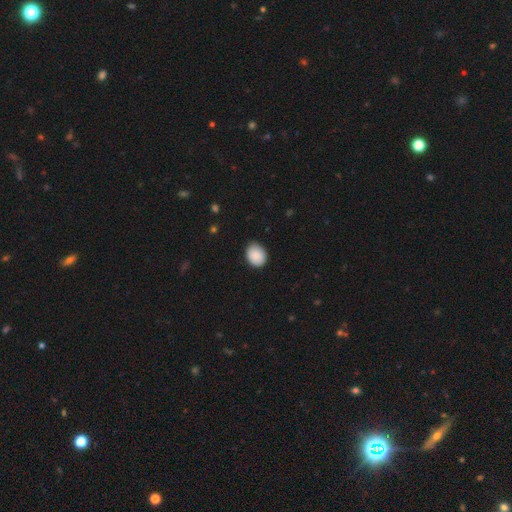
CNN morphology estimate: smooth-or-featured: smooth: 89% | star or artifact: 7% | featured or disk: 4%
  how-rounded: in between: 56% | round: 43% | cigar-shaped: 1%
  merging: none: 80% | minor disturbance: 16% | major disturbance: 2% | merger: 1%